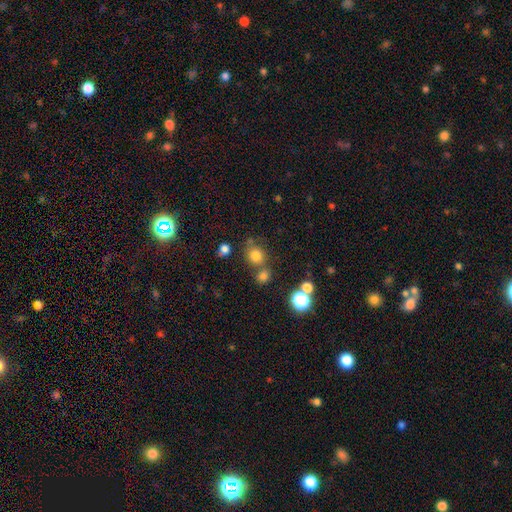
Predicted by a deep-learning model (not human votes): The model was most divided on "merging": none: 63%, merger: 21%, minor disturbance: 11%, major disturbance: 5%. More confident: how rounded — round (83%); smooth or featured — smooth (76%).